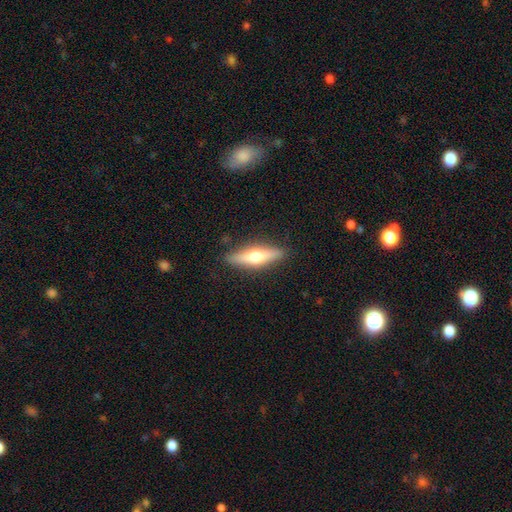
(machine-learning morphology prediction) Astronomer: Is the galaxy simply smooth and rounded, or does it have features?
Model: featured or disk — 49% (runner-up: smooth, 45%).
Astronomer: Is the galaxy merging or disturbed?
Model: none — 88%.